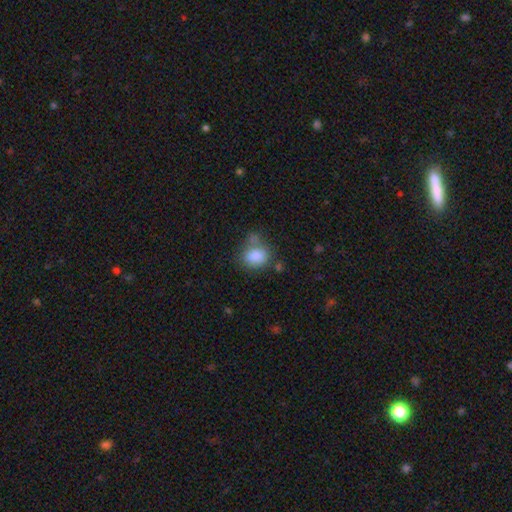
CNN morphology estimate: The model was most divided on "how rounded": in between: 51%, round: 48%, cigar-shaped: 1%. More confident: smooth or featured — smooth (85%); merging — none (53%).